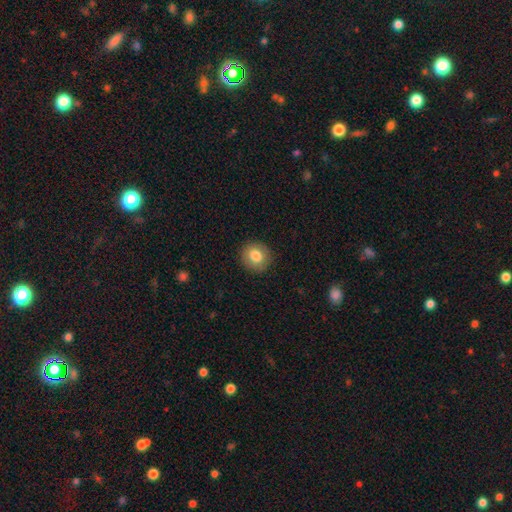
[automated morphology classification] Smooth or featured: smooth — 82% (featured or disk — 9%)
How rounded: round — 88% (in between — 11%)
Merging: none — 90% (minor disturbance — 7%)